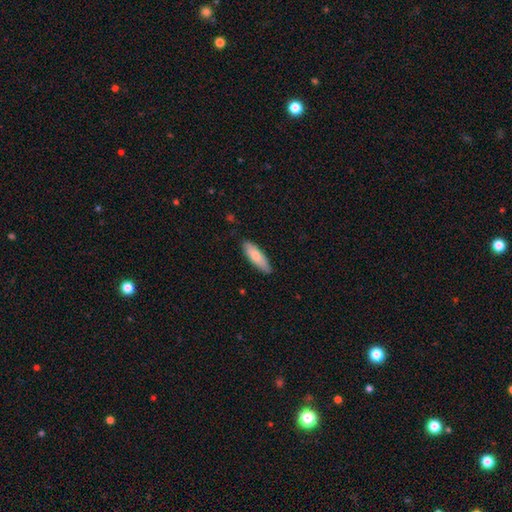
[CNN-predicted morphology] type=smooth (77%); roundness=cigar-shaped (50%); merging=none (82%).